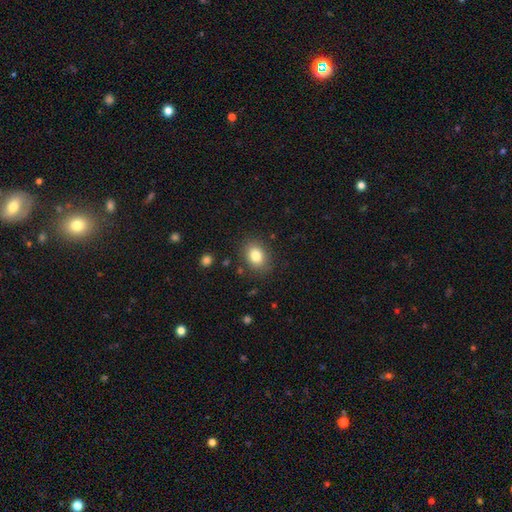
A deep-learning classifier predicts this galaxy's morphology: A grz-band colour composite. It shows a smooth galaxy with no disk features (82%) that is in between round and cigar-shaped (61%). Merging: none (85%).